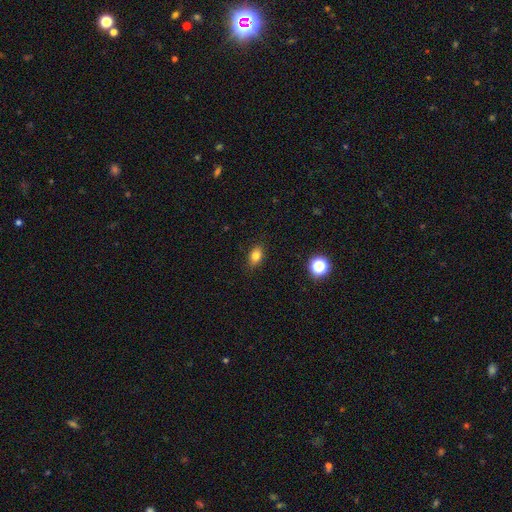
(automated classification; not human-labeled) This is likely a smooth galaxy (80%). How rounded: likely in between (80%). Merging: clearly none (86%).